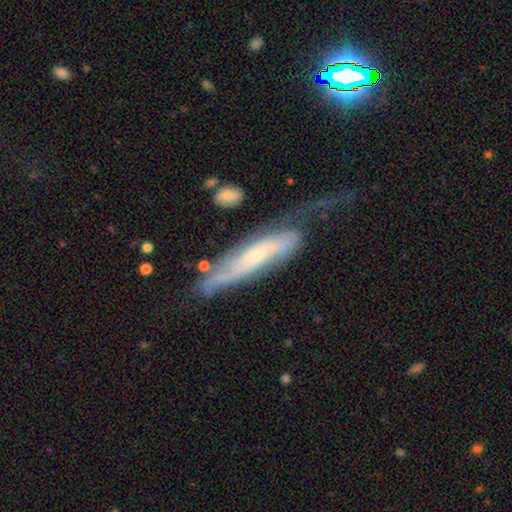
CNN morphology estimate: A featured or disk galaxy (68%).

Vote fractions:
- Smooth or featured? featured or disk: 68% / smooth: 25% / star or artifact: 7%
- Edge-on disk? no: 65% / yes: 35%
- Merging? none: 35% / major disturbance: 33% / minor disturbance: 27% / merger: 5%